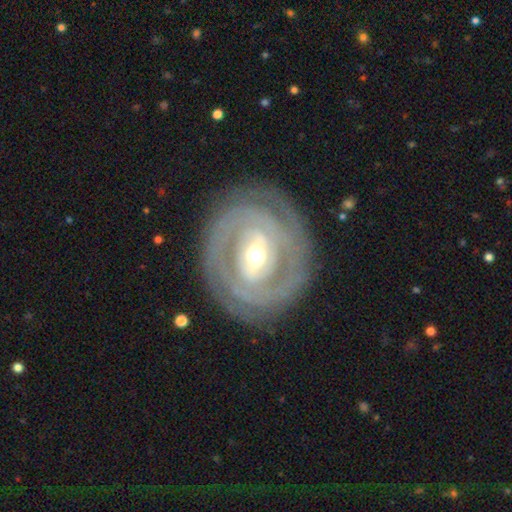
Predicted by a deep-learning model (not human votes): Smooth or featured? featured or disk (86%)
Edge-on disk? no (96%)
Bar? strong (42%)
Spiral arms? yes (88%)
Spiral winding? tight (81%)
Spiral arm count? 2 (37%)
Bulge size? moderate (64%)
Merging? none (83%)